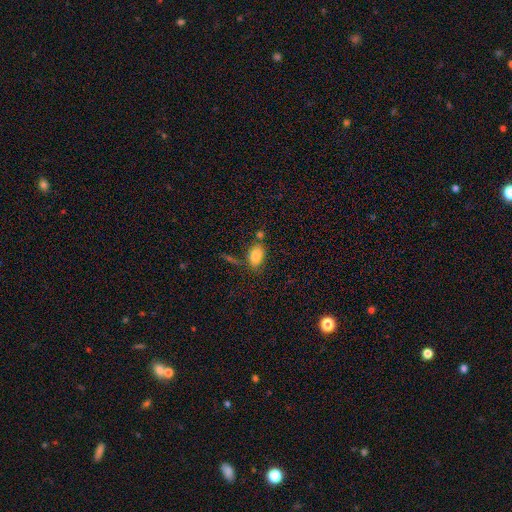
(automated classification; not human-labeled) A smooth galaxy with no disk features (83%) that is in between round and cigar-shaped (86%).

Vote fractions:
- Smooth or featured? smooth: 83% / star or artifact: 9% / featured or disk: 8%
- How rounded? in between: 86% / round: 11% / cigar-shaped: 2%
- Merging? none: 63% / minor disturbance: 17% / merger: 15% / major disturbance: 6%